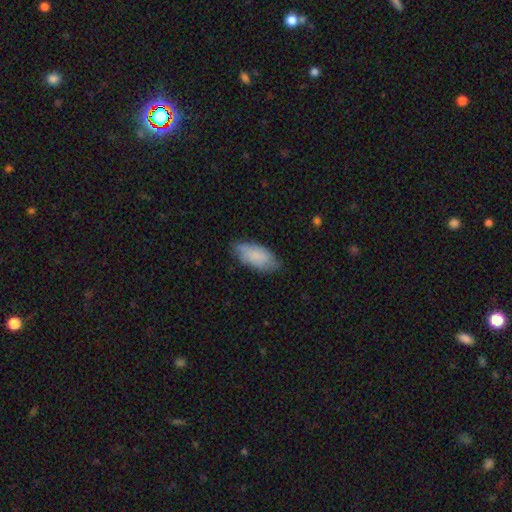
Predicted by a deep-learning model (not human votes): Morphology: type=smooth (79%); roundness=in between (90%); merging=none (71%).